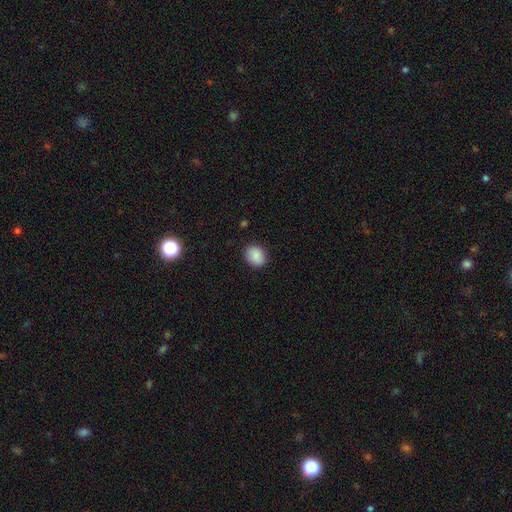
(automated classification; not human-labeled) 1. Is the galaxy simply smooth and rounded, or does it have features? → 87% smooth, 8% star or artifact, 6% featured or disk.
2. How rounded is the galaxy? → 58% round, 41% in between, 1% cigar-shaped.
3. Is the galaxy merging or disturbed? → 87% none, 9% minor disturbance, 2% major disturbance, 1% merger.